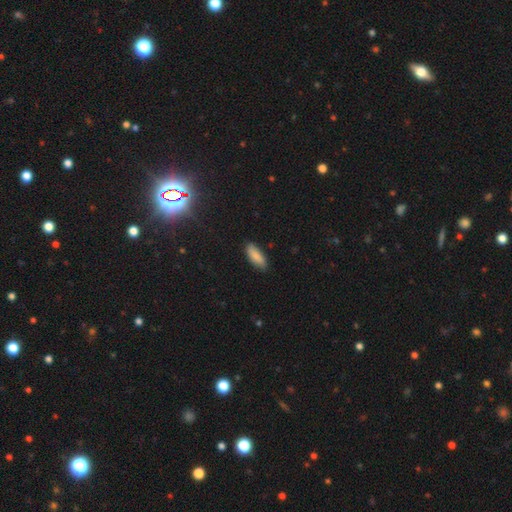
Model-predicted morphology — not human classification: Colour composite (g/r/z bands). It shows a smooth galaxy with no disk features (85%) that is in between round and cigar-shaped (67%). Merging: none (83%).